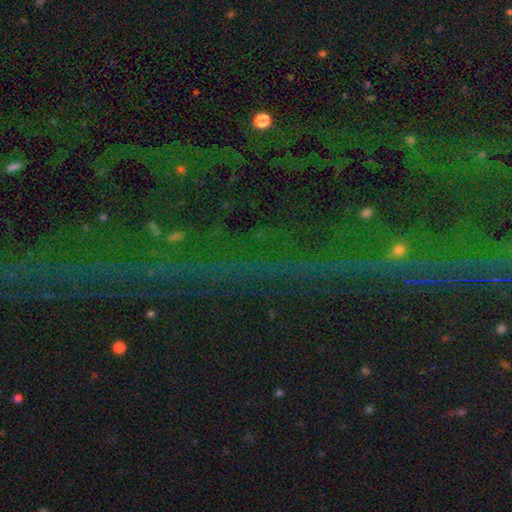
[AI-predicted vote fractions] Q: Smooth or featured?
A: star or artifact (82%); runner-up: featured or disk (10%)